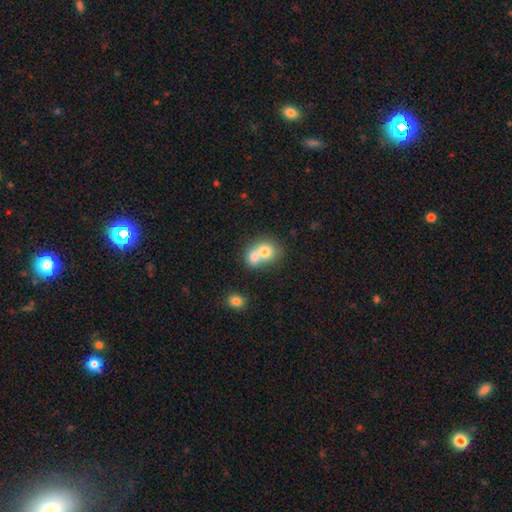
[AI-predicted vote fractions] Smooth or featured?
  - smooth: 72% *
  - featured or disk: 19%
  - star or artifact: 9%
How rounded?
  - round: 66% *
  - in between: 33%
  - cigar-shaped: 1%
Merging?
  - merger: 70% *
  - none: 22%
  - minor disturbance: 5%
  - major disturbance: 2%